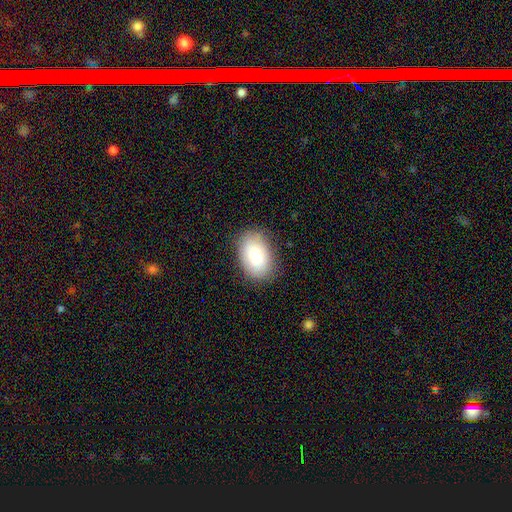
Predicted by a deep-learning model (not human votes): smooth_or_featured: smooth (p=0.83) [alt: featured or disk p=0.10]
how_rounded: in between (p=0.88) [alt: round p=0.11]
merging: none (p=0.83) [alt: minor disturbance p=0.13]